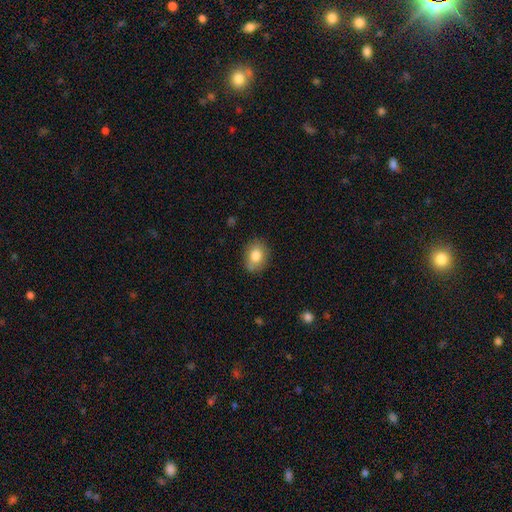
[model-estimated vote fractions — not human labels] Q: Smooth or featured?
A: smooth (81%); runner-up: featured or disk (11%)
Q: How rounded?
A: in between (59%); runner-up: round (40%)
Q: Merging?
A: none (77%); runner-up: minor disturbance (17%)